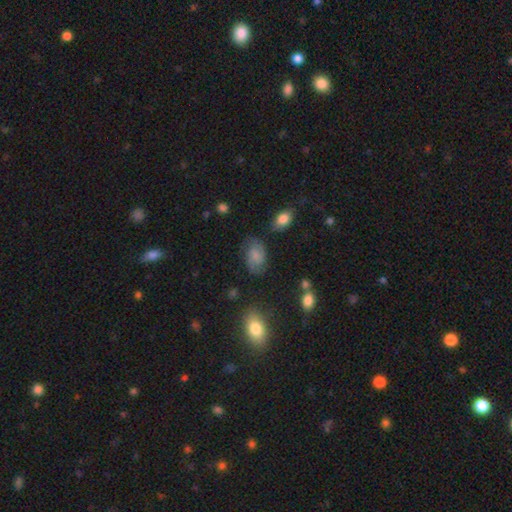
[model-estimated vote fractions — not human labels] Smooth or featured? smooth (50%)
How rounded? in between (83%)
Merging? none (68%)